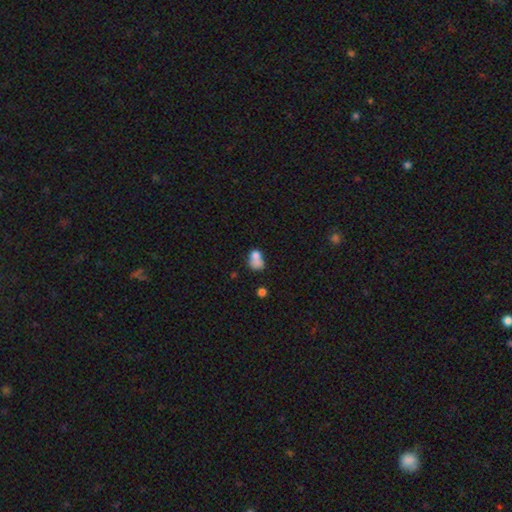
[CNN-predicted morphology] smooth 73%, featured or disk 16%, star or artifact 11%. Down the decision tree: how rounded — in between (61%); merging — merger (49%).